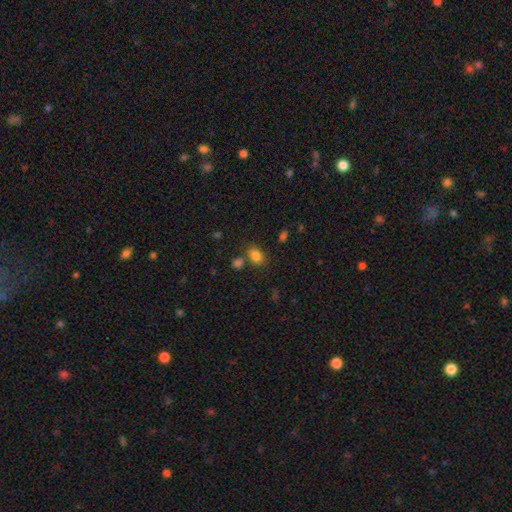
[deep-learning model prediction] Morphology: type=smooth (83%); roundness=in between (68%); merging=none (72%).